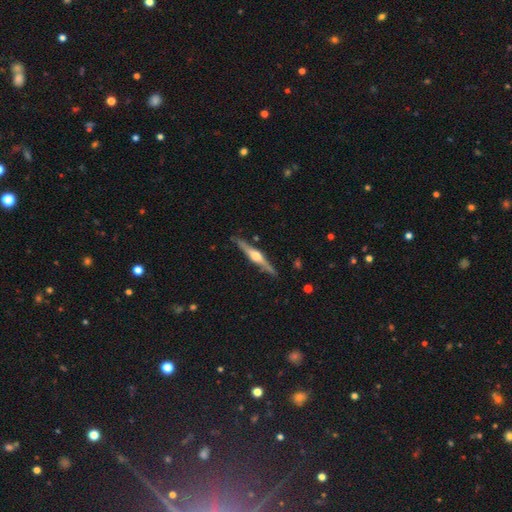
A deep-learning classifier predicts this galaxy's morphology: A featured or disk galaxy (77%) viewed edge-on (98%) with a rounded central bulge (92%). Merging: none (87%).